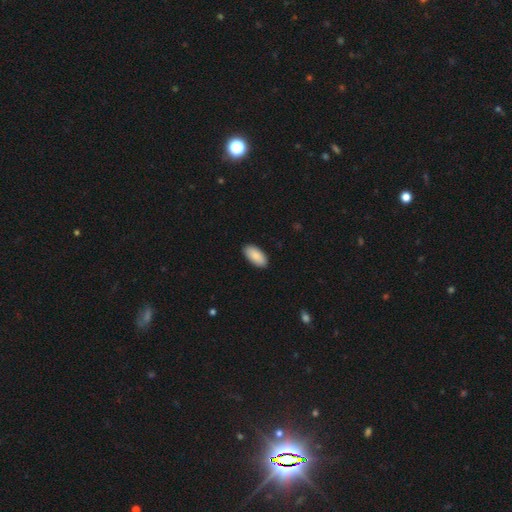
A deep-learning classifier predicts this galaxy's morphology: Smooth or featured? Predicted: smooth (p=0.90). How rounded? Predicted: in between (p=0.95). Merging? Predicted: none (p=0.90).